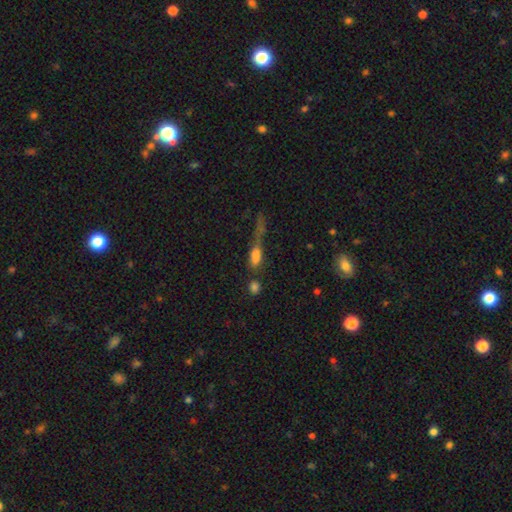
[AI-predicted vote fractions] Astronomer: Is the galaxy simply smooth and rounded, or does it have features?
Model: smooth — 61%.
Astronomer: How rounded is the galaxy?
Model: in between — 54% (runner-up: cigar-shaped, 36%).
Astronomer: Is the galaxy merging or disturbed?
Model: major disturbance — 33% (runner-up: merger, 29%).